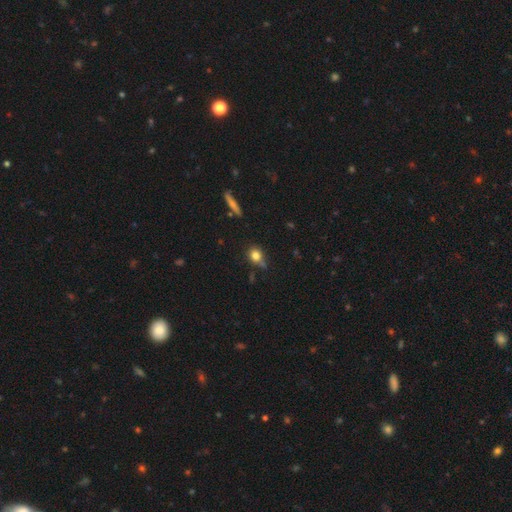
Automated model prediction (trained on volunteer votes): Smooth or featured?
  - smooth: 80% *
  - star or artifact: 11%
  - featured or disk: 9%
How rounded?
  - round: 69% *
  - in between: 28%
  - cigar-shaped: 3%
Merging?
  - none: 65% *
  - minor disturbance: 22%
  - merger: 8%
  - major disturbance: 6%